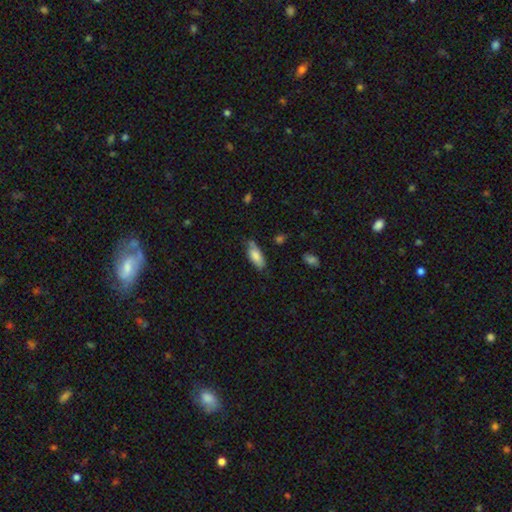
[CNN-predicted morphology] type=smooth (78%); roundness=in between (75%); merging=none (67%).